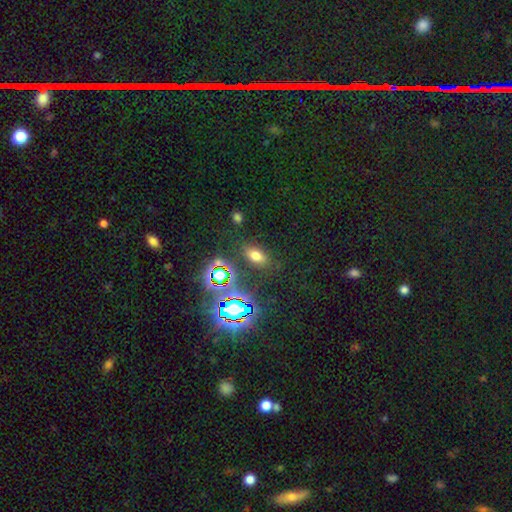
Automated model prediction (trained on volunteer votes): Q: Smooth or featured?
A: smooth (62%); runner-up: star or artifact (29%)
Q: How rounded?
A: in between (85%); runner-up: round (11%)
Q: Merging?
A: none (85%); runner-up: minor disturbance (9%)